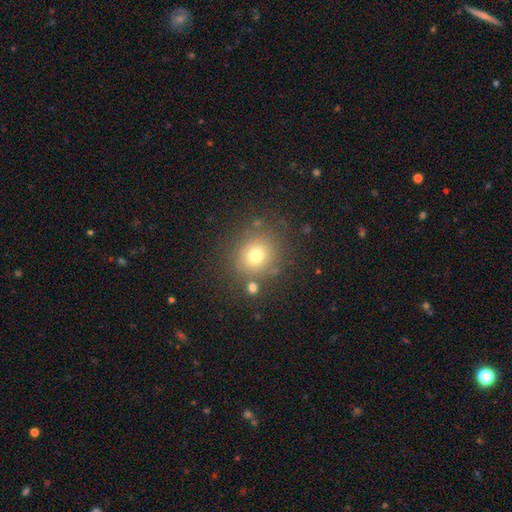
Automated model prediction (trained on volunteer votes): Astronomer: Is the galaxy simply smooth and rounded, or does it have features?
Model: smooth — 71%.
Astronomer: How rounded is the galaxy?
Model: round — 82%.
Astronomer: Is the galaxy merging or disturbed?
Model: none — 77%.